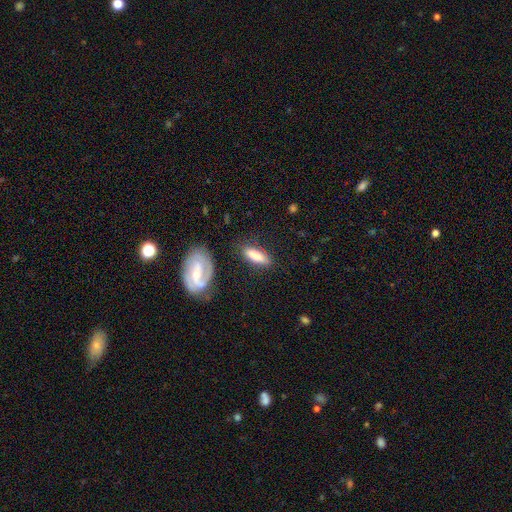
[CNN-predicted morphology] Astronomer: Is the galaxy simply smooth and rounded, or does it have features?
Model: smooth — 70%.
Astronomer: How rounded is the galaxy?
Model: in between — 50% (runner-up: cigar-shaped, 48%).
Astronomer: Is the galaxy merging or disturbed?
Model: none — 78%.